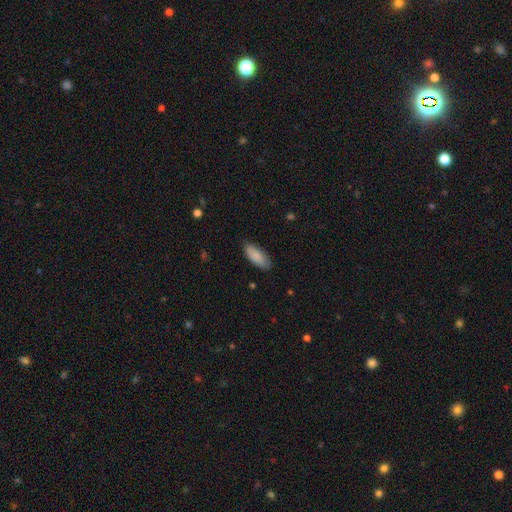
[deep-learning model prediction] A smooth galaxy with no disk features (88%) that is in between round and cigar-shaped (77%). Merging: none (84%).